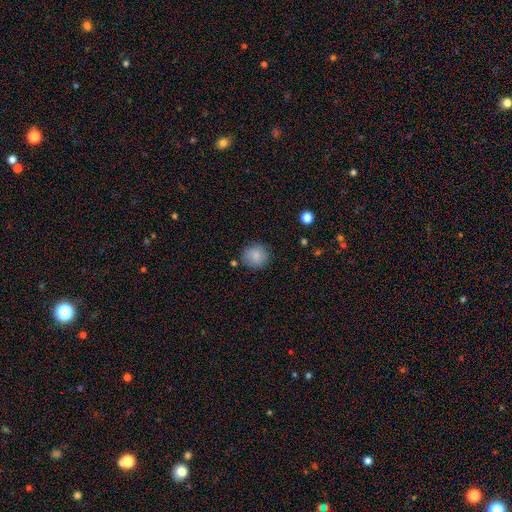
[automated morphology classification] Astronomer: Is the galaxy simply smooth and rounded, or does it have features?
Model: smooth — 86%.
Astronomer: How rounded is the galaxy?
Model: round — 89%.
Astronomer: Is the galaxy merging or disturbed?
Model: none — 83%.